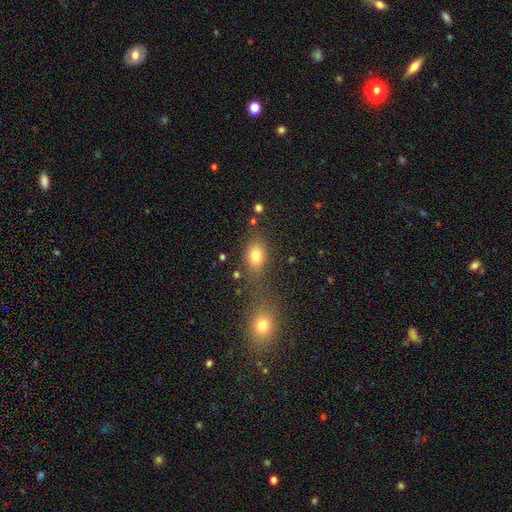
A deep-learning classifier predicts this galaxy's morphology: A smooth galaxy with no disk features (77%) that is in between round and cigar-shaped (66%).

Vote fractions:
- Smooth or featured? smooth: 77% / star or artifact: 13% / featured or disk: 10%
- How rounded? in between: 66% / round: 32% / cigar-shaped: 3%
- Merging? none: 58% / merger: 23% / minor disturbance: 12% / major disturbance: 6%